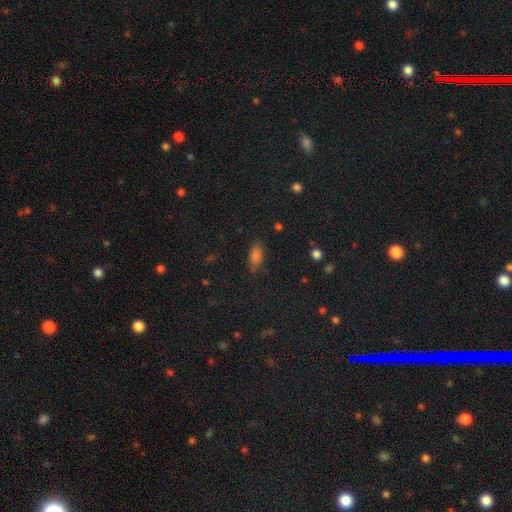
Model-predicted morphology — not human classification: This is likely a smooth galaxy (66%). How rounded: clearly in between (80%). Merging: clearly none (81%).